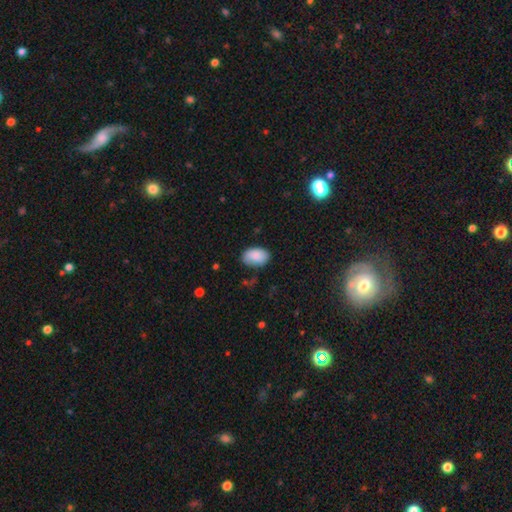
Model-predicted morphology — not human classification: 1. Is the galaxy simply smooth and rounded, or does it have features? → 87% smooth, 7% star or artifact, 6% featured or disk.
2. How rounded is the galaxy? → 89% in between, 10% round, 1% cigar-shaped.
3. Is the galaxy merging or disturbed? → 74% none, 21% minor disturbance, 4% major disturbance, 2% merger.